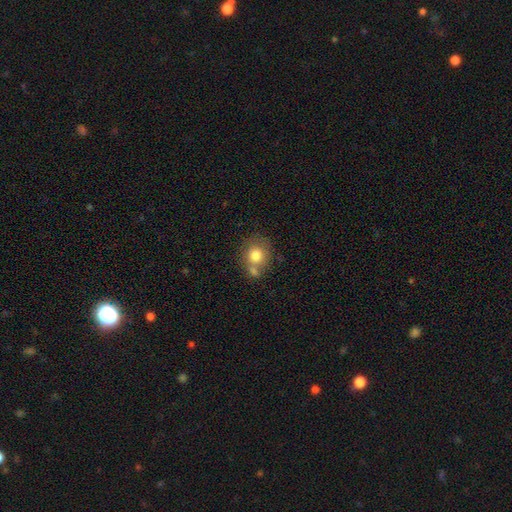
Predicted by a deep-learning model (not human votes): Overall: smooth (77%). How rounded: round (72%). Merging: none (48%; merger 32%).